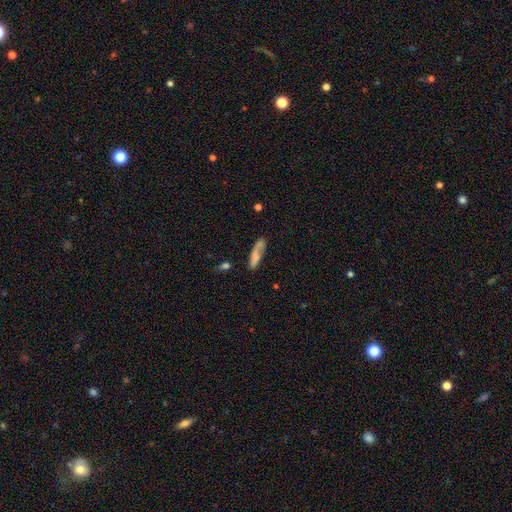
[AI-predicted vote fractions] Smooth or featured: smooth — 64% (featured or disk — 28%)
How rounded: cigar-shaped — 59% (in between — 38%)
Merging: none — 49% (minor disturbance — 23%)